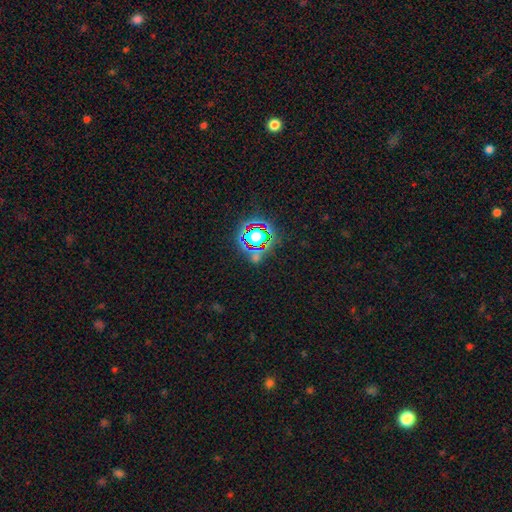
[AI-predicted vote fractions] Smooth or featured? star or artifact (74%)